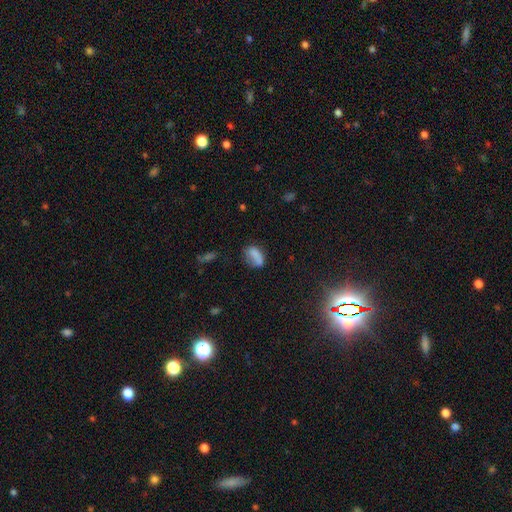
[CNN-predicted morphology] Smooth or featured: smooth — 75% (featured or disk — 14%)
How rounded: in between — 85% (round — 11%)
Merging: none — 45% (minor disturbance — 30%)